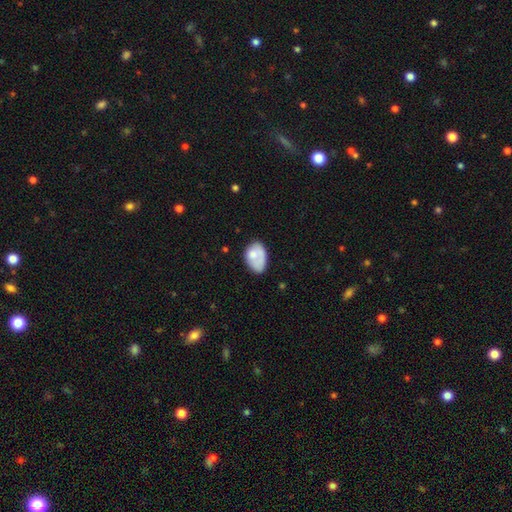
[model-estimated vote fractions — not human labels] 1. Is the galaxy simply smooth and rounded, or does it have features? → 68% smooth, 24% featured or disk, 7% star or artifact.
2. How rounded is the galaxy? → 85% in between, 14% round, 1% cigar-shaped.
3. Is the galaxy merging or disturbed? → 44% none, 29% minor disturbance, 14% major disturbance, 12% merger.